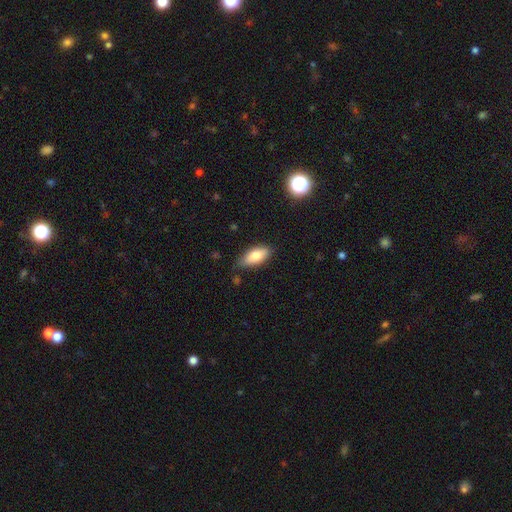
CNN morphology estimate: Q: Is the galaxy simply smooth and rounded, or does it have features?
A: smooth — 78%.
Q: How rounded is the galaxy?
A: in between — 86%.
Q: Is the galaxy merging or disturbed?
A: none — 75%.